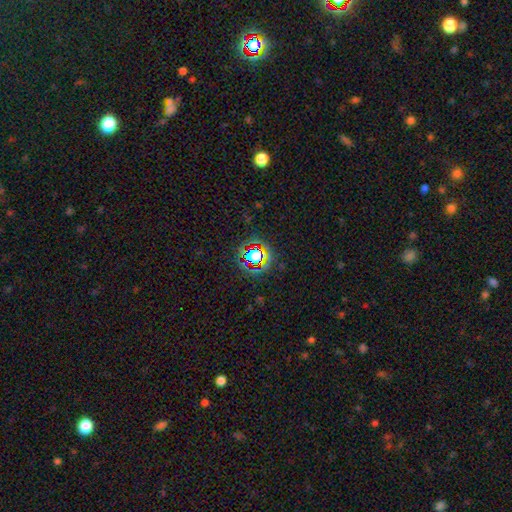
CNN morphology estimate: type=star or artifact (63%).